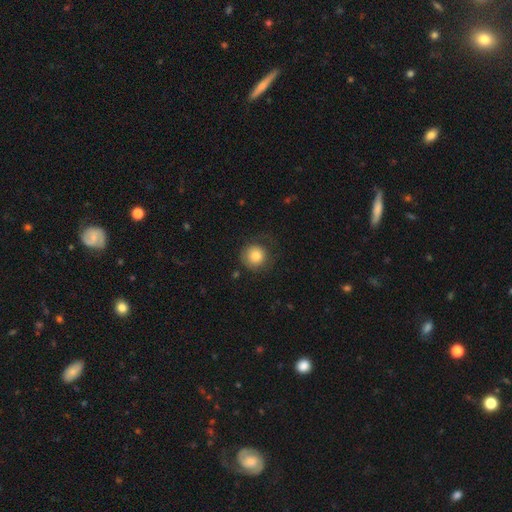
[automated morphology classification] smooth 81%, featured or disk 10%, star or artifact 9%. Down the decision tree: how rounded — round (93%); merging — none (69%).